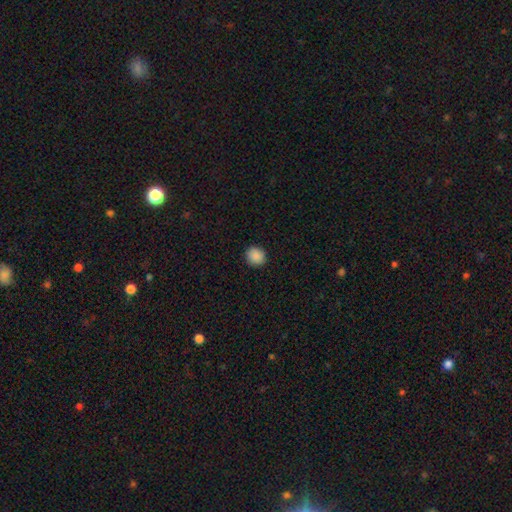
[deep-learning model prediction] This is clearly a smooth galaxy (89%). How rounded: clearly round (85%). Merging: clearly none (91%).